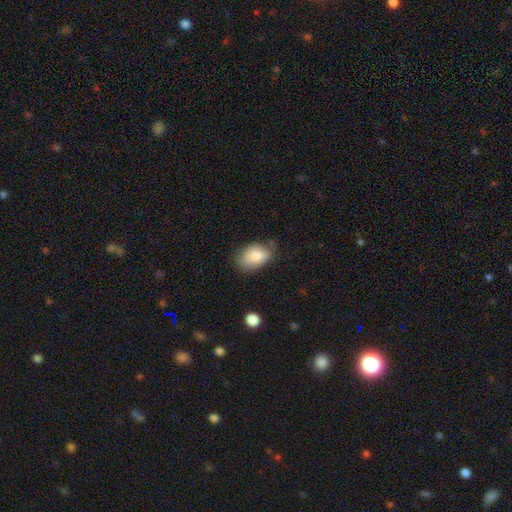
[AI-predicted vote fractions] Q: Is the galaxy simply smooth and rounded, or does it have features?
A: smooth — 83%.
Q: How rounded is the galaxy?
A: in between — 88%.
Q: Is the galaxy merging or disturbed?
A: none — 65%.